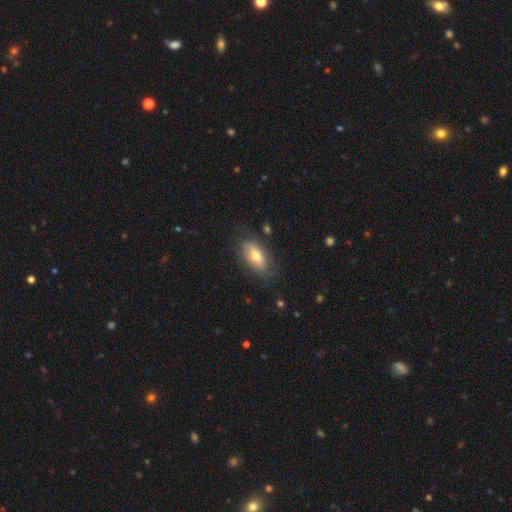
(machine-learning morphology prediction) smooth_or_featured: smooth (p=0.63) [alt: featured or disk p=0.30]
how_rounded: in between (p=0.85) [alt: cigar-shaped p=0.12]
merging: none (p=0.74) [alt: minor disturbance p=0.19]